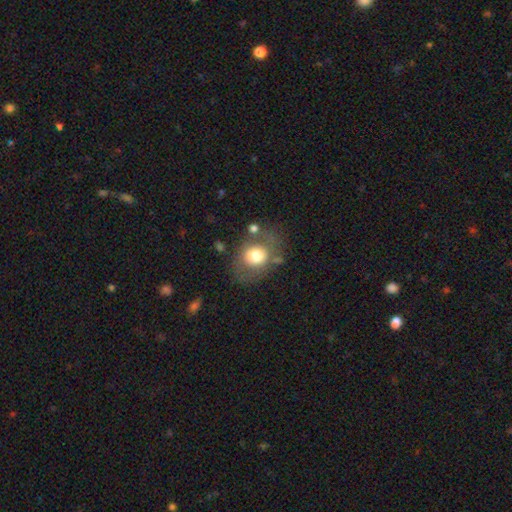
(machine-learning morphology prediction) Overall: smooth (67%). How rounded: round (53%; in between 46%). Merging: none (64%).